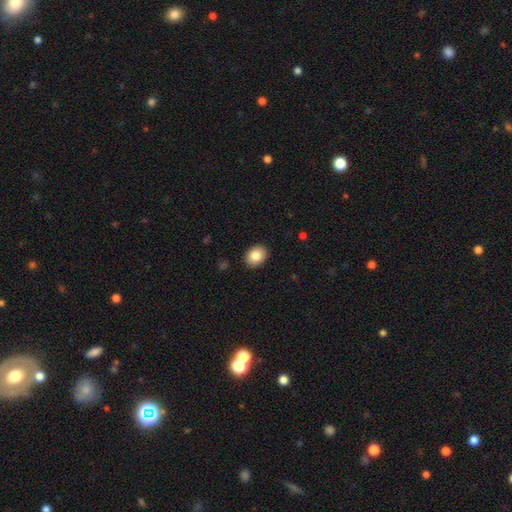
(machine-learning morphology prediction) This appears to be a smooth galaxy with no disk features (84%) that is in between round and cigar-shaped (57%). Merging: none (90%).